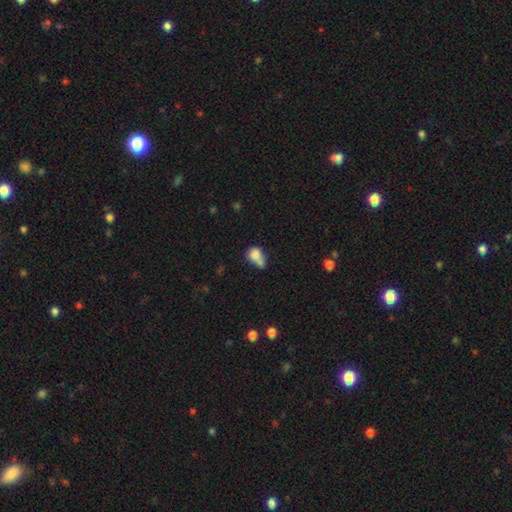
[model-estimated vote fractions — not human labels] smooth-or-featured: smooth: 78% | featured or disk: 12% | star or artifact: 10%
  how-rounded: round: 55% | in between: 43% | cigar-shaped: 2%
  merging: merger: 53% | none: 27% | minor disturbance: 13% | major disturbance: 7%